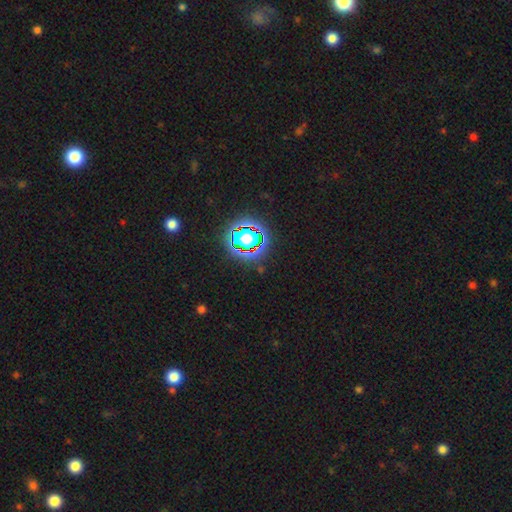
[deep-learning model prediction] Smooth or featured? Predicted: star or artifact (p=0.80).